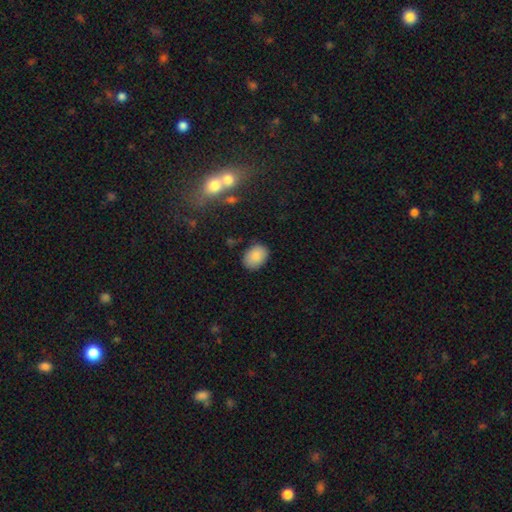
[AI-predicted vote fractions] A smooth galaxy with no disk features (86%) that is in between round and cigar-shaped (68%).

Vote fractions:
- Smooth or featured? smooth: 86% / star or artifact: 8% / featured or disk: 5%
- How rounded? in between: 68% / round: 31% / cigar-shaped: 1%
- Merging? none: 83% / minor disturbance: 13% / major disturbance: 3% / merger: 1%